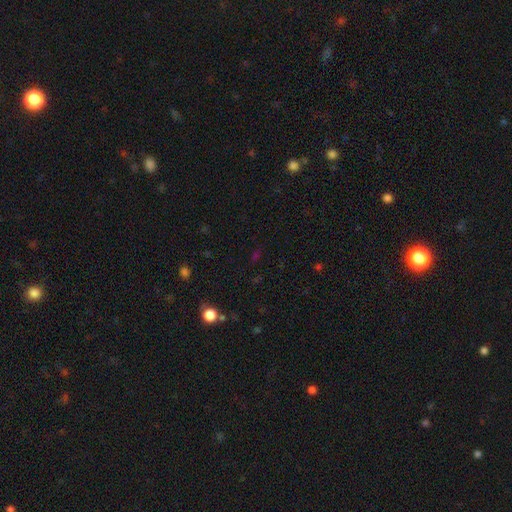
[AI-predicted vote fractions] This is possibly a star or artifact rather than a galaxy (58%).